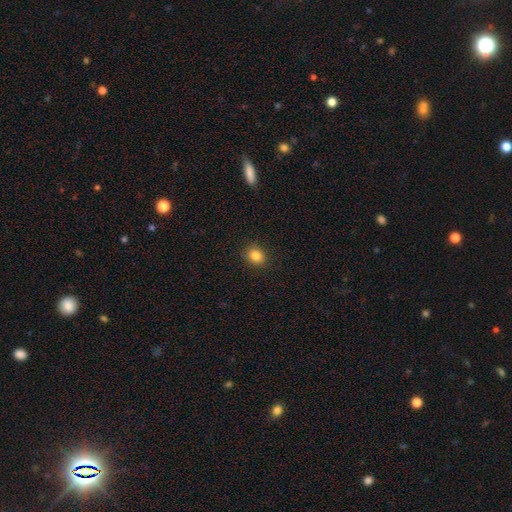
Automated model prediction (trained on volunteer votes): smooth-or-featured: smooth: 84% | star or artifact: 11% | featured or disk: 5%
  how-rounded: round: 65% | in between: 34% | cigar-shaped: 1%
  merging: none: 89% | minor disturbance: 8% | major disturbance: 2% | merger: 1%